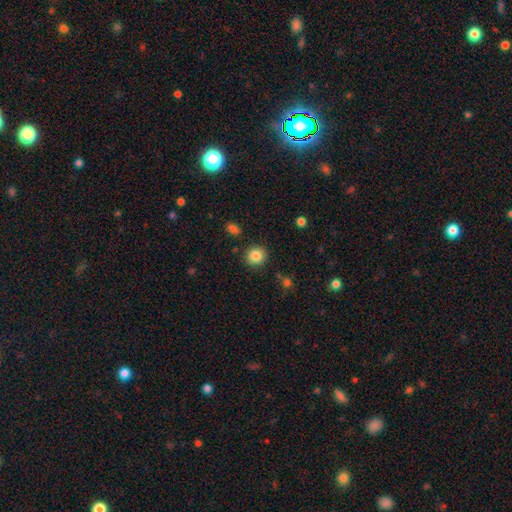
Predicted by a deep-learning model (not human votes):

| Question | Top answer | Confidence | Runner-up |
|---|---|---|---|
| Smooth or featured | smooth | 85% | star or artifact (10%) |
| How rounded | round | 89% | in between (10%) |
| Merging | none | 89% | minor disturbance (7%) |